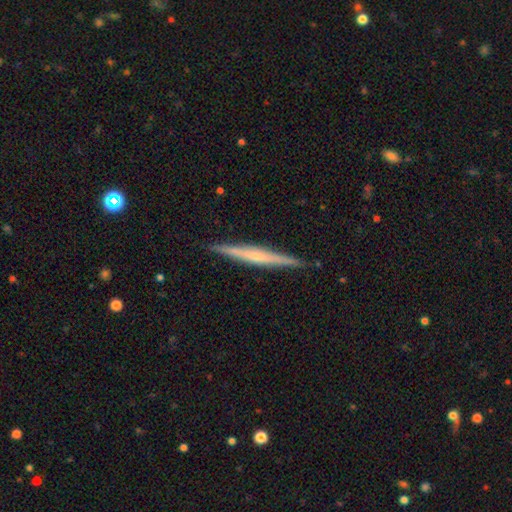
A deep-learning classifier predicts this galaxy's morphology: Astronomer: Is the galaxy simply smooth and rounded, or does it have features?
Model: featured or disk — 67%.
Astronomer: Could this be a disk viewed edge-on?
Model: yes — 98%.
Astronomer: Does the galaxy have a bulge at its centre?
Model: none — 45%, tied with rounded at 45%.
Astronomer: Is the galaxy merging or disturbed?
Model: none — 91%.